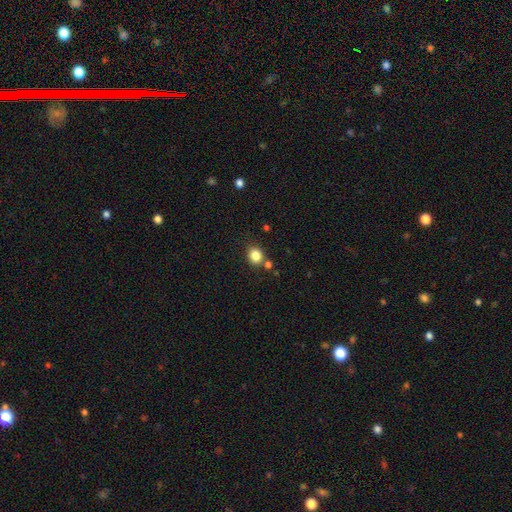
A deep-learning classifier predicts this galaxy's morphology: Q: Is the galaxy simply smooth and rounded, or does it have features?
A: smooth — 84%.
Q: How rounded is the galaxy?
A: round — 70%.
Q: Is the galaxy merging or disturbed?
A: none — 76%.